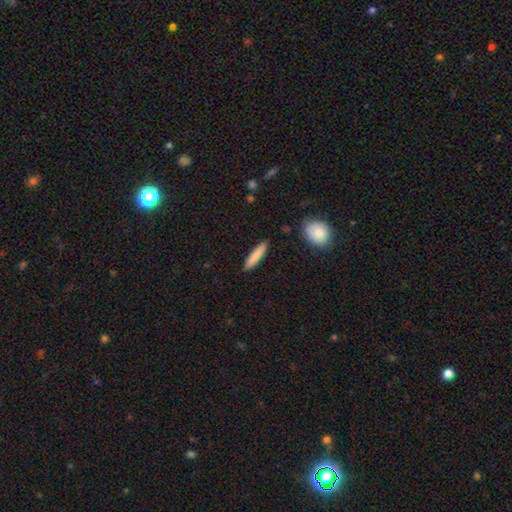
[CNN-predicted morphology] This is clearly a smooth galaxy (83%). How rounded: clearly cigar-shaped (86%). Merging: clearly none (89%).